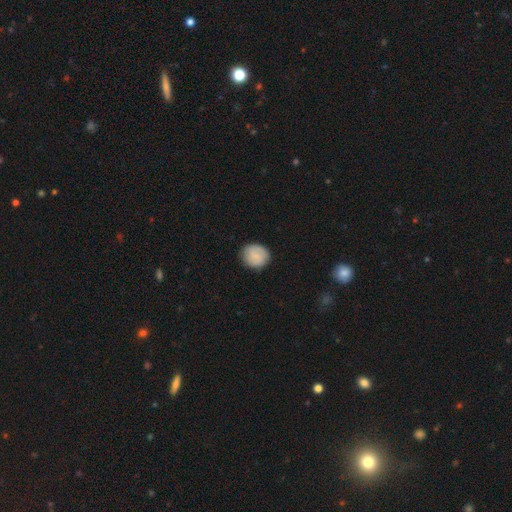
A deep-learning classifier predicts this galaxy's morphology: smooth 76%, featured or disk 18%, star or artifact 7%. Down the decision tree: how rounded — round (81%); merging — none (87%).